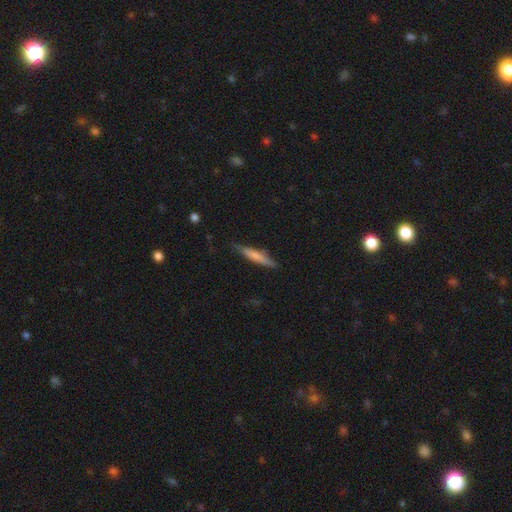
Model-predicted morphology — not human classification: A smooth galaxy with no disk features (64%) that is cigar-shaped (90%). Merging: none (78%).